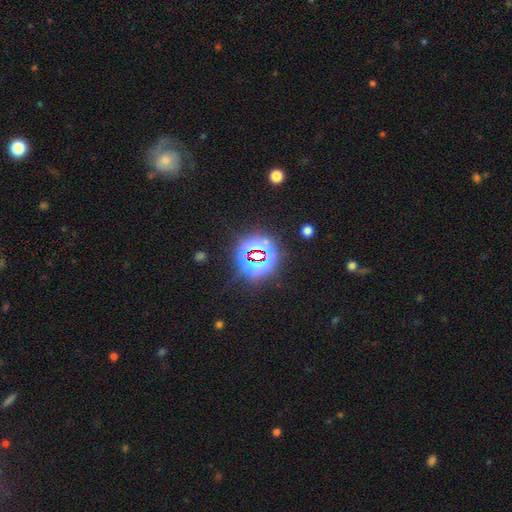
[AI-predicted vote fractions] Overall: star or artifact (78%).